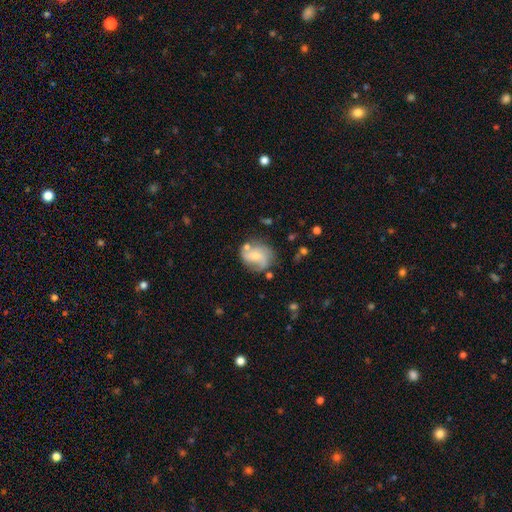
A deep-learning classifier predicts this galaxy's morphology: This appears to be a featured or disk galaxy (62%) with no bar (56%), 2 (59%) medium (41%) spiral arms (87%) and a small central bulge (51%). Merging: none (57%).